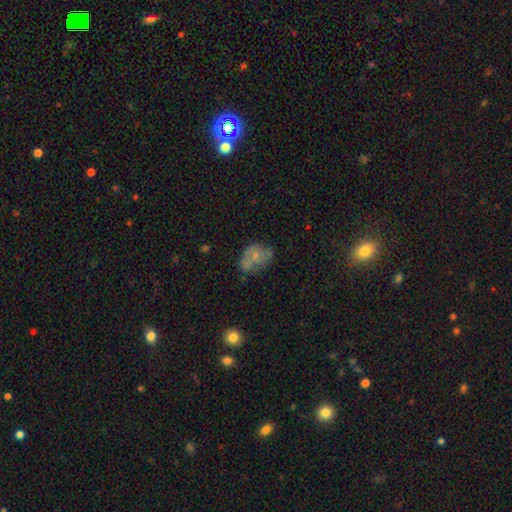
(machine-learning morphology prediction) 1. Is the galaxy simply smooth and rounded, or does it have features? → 58% smooth, 33% featured or disk, 9% star or artifact.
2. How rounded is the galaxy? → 68% in between, 31% round, 1% cigar-shaped.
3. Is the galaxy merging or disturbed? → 42% none, 30% minor disturbance, 16% major disturbance, 12% merger.